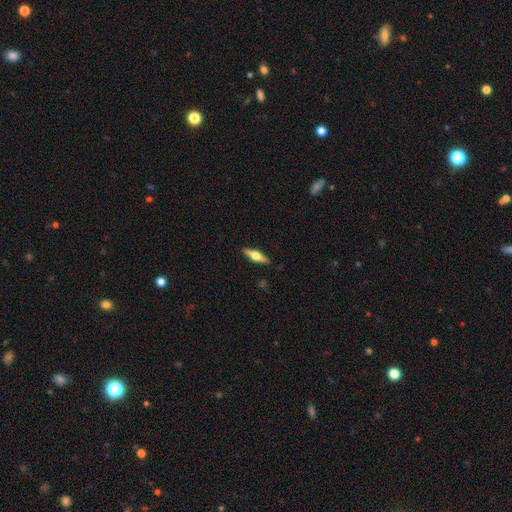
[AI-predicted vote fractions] Q: Smooth or featured?
A: featured or disk (64%); runner-up: smooth (31%)
Q: Edge-on disk?
A: yes (96%); runner-up: no (4%)
Q: Edge-on bulge?
A: rounded (95%); runner-up: boxy (3%)
Q: Merging?
A: none (90%); runner-up: minor disturbance (7%)